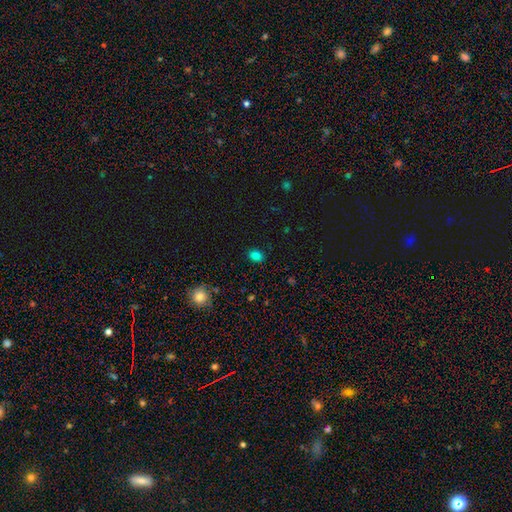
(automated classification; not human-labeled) Smooth or featured: smooth — 81% (star or artifact — 14%)
How rounded: in between — 57% (round — 42%)
Merging: none — 88% (minor disturbance — 9%)